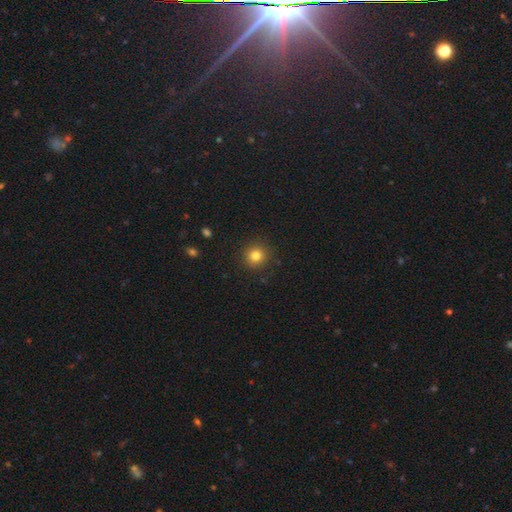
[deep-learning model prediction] Smooth or featured: smooth — 81% (star or artifact — 13%)
How rounded: round — 92% (in between — 7%)
Merging: none — 91% (minor disturbance — 6%)